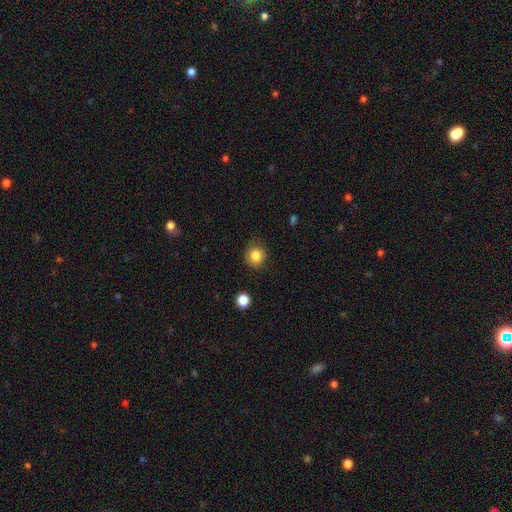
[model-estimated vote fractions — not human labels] smooth 84%, star or artifact 10%, featured or disk 5%. Down the decision tree: how rounded — round (87%); merging — none (83%).